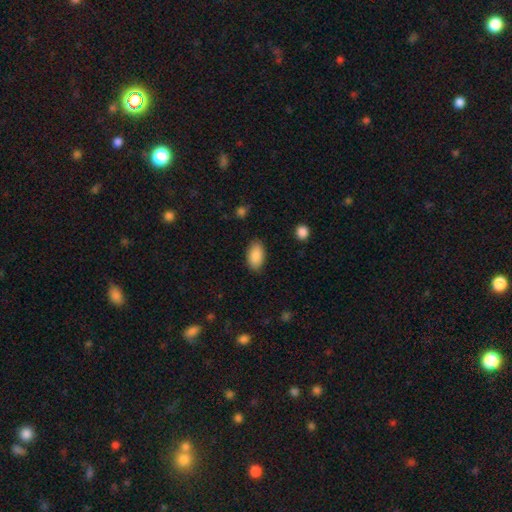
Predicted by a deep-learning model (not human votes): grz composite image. It shows a smooth galaxy with no disk features (88%) that is in between round and cigar-shaped (94%). Merging: none (85%).